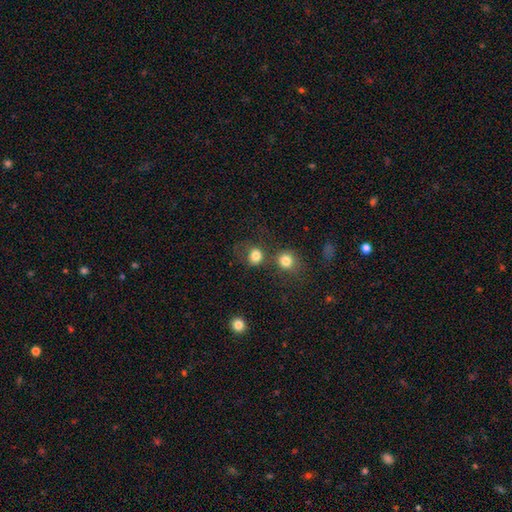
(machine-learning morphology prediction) A smooth galaxy with no disk features (81%) that is round (76%). Merging: none (52%).